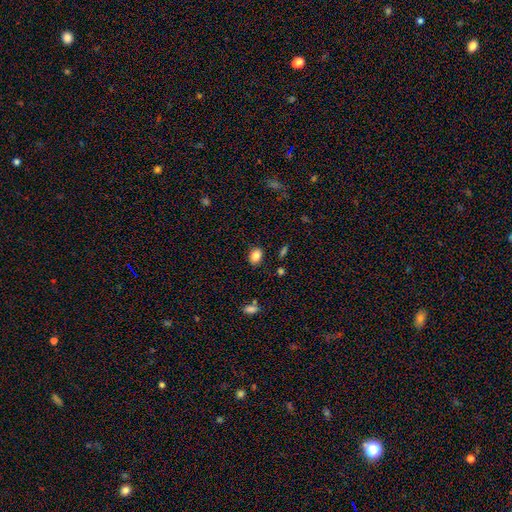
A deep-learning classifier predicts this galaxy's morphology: Smooth or featured: smooth — 84% (star or artifact — 10%)
How rounded: in between — 63% (round — 36%)
Merging: none — 86% (minor disturbance — 10%)